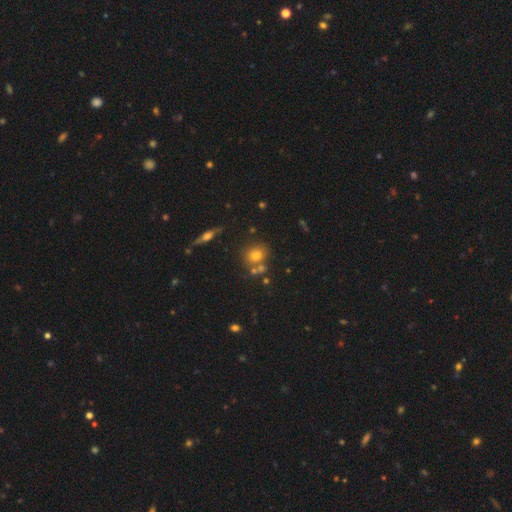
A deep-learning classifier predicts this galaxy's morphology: smooth-or-featured: smooth: 68% | featured or disk: 17% | star or artifact: 15%
  how-rounded: round: 73% | in between: 25% | cigar-shaped: 2%
  merging: none: 66% | merger: 18% | minor disturbance: 12% | major disturbance: 4%